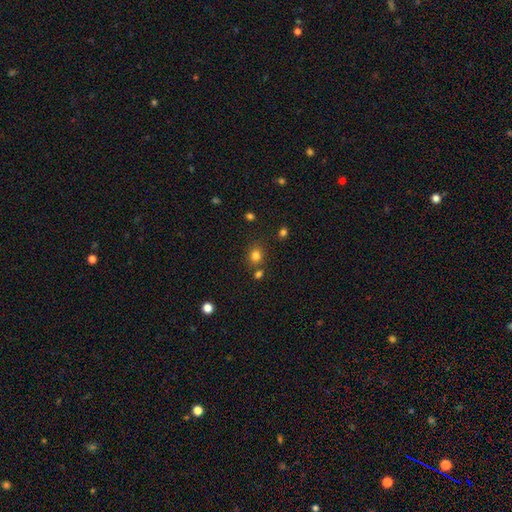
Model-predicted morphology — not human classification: Smooth or featured? smooth (80%)
How rounded? round (75%)
Merging? none (74%)